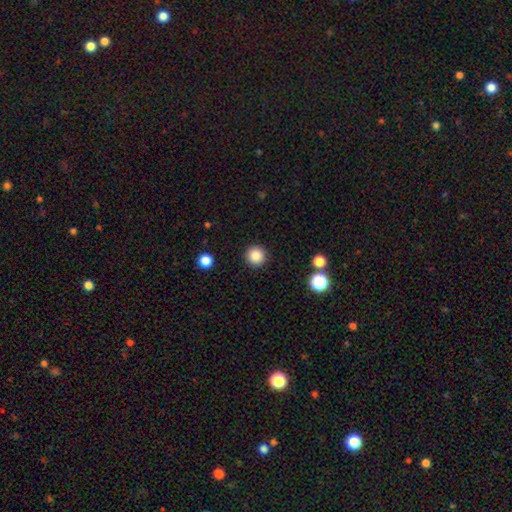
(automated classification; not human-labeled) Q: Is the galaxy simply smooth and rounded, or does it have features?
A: smooth — 86%.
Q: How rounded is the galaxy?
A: round — 95%.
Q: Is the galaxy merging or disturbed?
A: none — 92%.